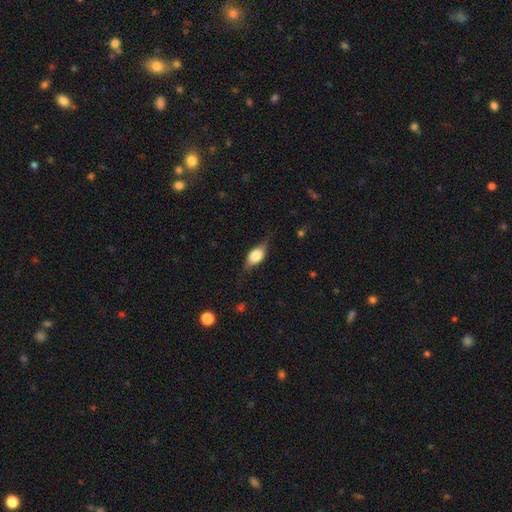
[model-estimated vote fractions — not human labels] The model was most divided on "smooth or featured": smooth: 48%, featured or disk: 44%, star or artifact: 8%. More confident: merging — none (70%).